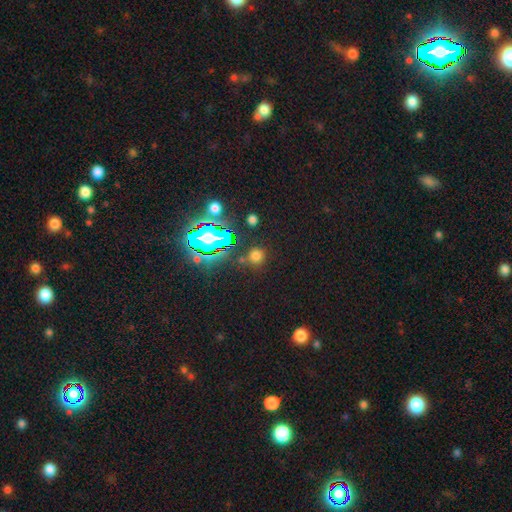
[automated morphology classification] This is likely a smooth galaxy (63%). How rounded: clearly round (91%). Merging: clearly none (83%).